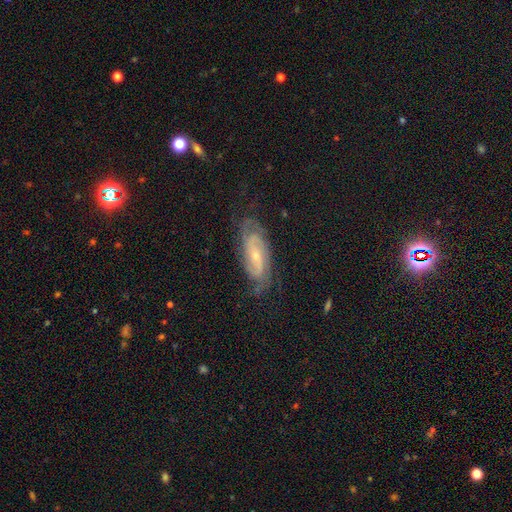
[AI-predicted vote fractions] Morphology: type=featured or disk (78%); edge-on=no (91%); bar=no (49%); spiral arms=yes (94%); winding=tight (50%); arm count=2 (52%); bulge=small (67%); merging=none (74%).